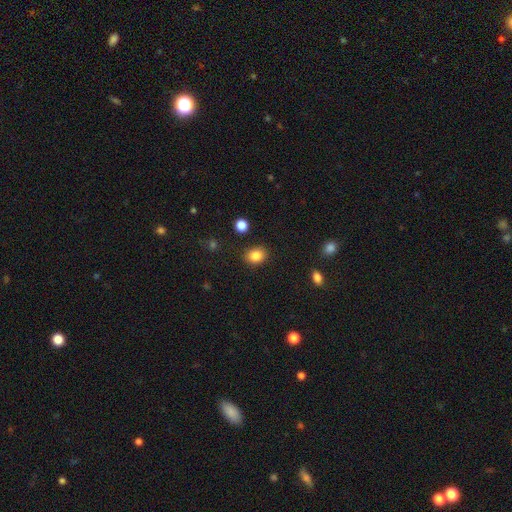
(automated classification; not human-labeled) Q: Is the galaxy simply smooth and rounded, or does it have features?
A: smooth — 85%.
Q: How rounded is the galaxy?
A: in between — 50%.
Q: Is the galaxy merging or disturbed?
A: none — 87%.